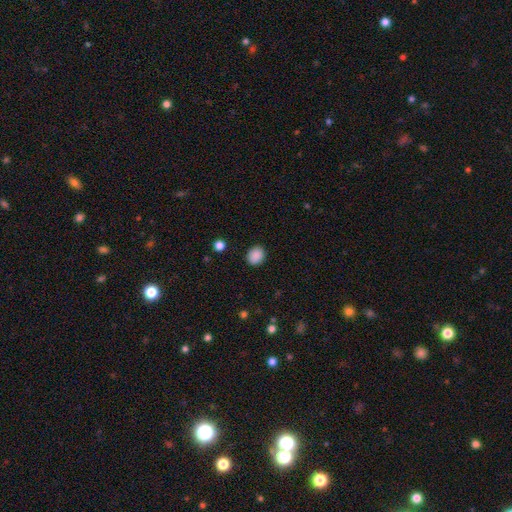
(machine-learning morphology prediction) smooth_or_featured: smooth (p=0.88) [alt: star or artifact p=0.09]
how_rounded: round (p=0.71) [alt: in between p=0.29]
merging: none (p=0.89) [alt: minor disturbance p=0.07]